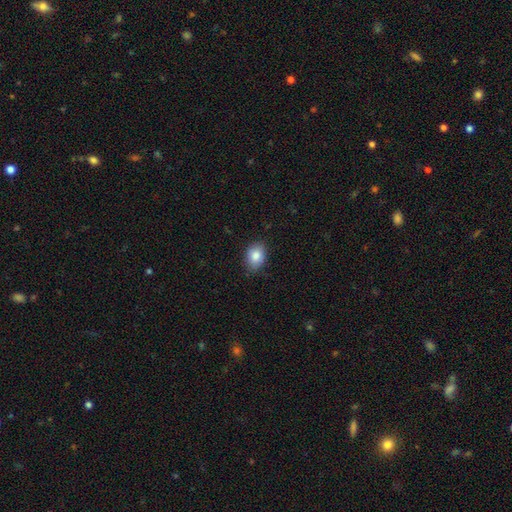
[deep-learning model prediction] This appears to be a smooth galaxy with no disk features (84%) that is in between round and cigar-shaped (75%). Merging: none (83%).